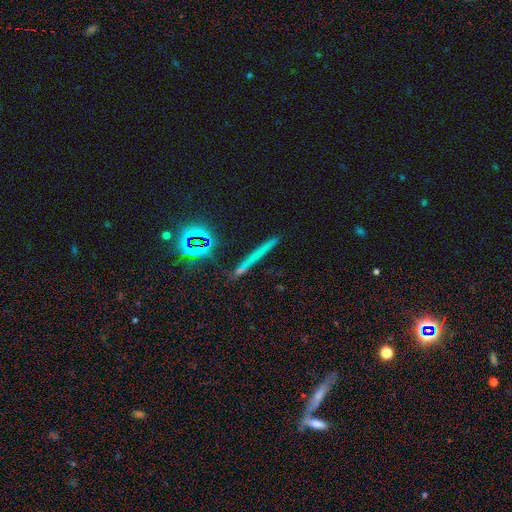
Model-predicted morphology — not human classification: Smooth or featured? star or artifact (37%)